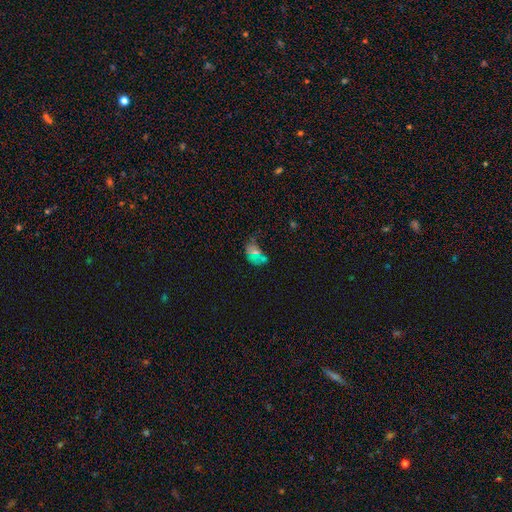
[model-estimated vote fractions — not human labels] smooth_or_featured: smooth (p=0.44) [alt: star or artifact p=0.41]
merging: none (p=0.54) [alt: minor disturbance p=0.23]